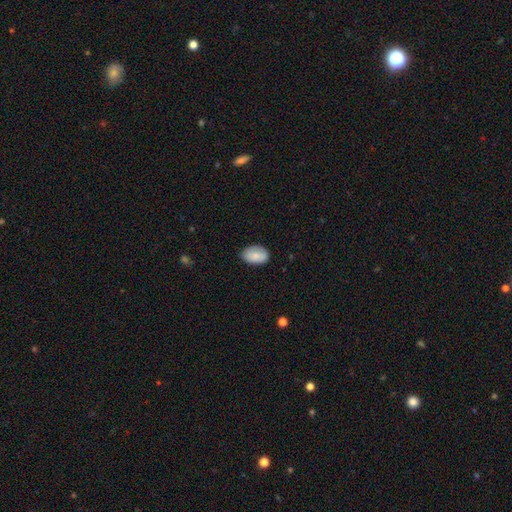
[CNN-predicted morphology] This appears to be a smooth galaxy with no disk features (80%) that is in between round and cigar-shaped (90%). Merging: none (81%).